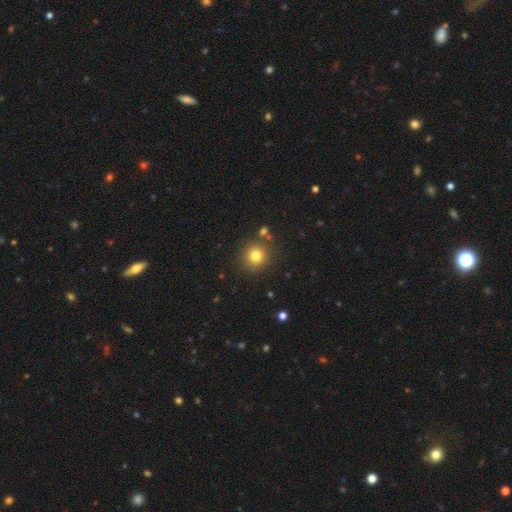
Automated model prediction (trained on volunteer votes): Smooth or featured: smooth — 80% (star or artifact — 13%)
How rounded: round — 94% (in between — 5%)
Merging: none — 87% (minor disturbance — 7%)